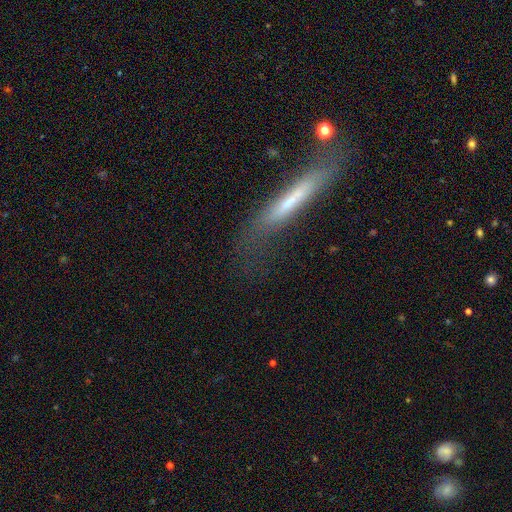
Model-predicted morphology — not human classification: smooth_or_featured: featured or disk (p=0.48) [alt: smooth p=0.41]
merging: none (p=0.61) [alt: minor disturbance p=0.23]